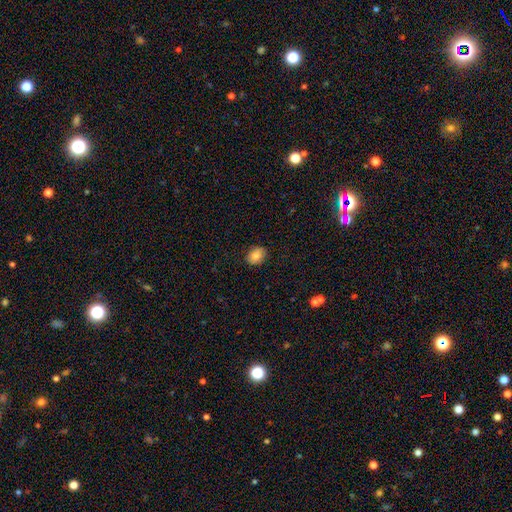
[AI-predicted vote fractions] This is clearly a smooth galaxy (82%). How rounded: possibly in between (53%). Merging: clearly none (88%).